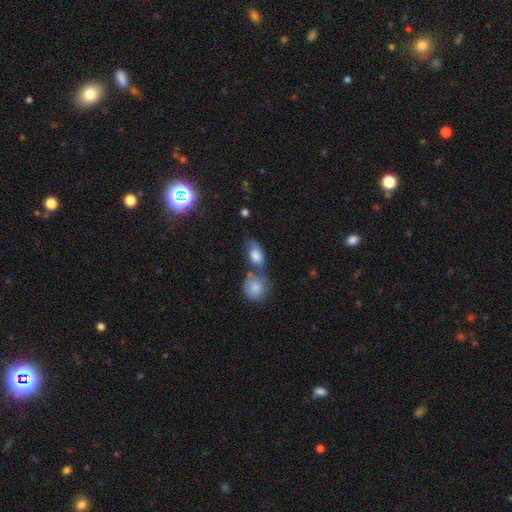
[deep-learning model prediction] This appears to be a smooth galaxy with no disk features (72%) that is in between round and cigar-shaped (82%). Merging: none (41%).